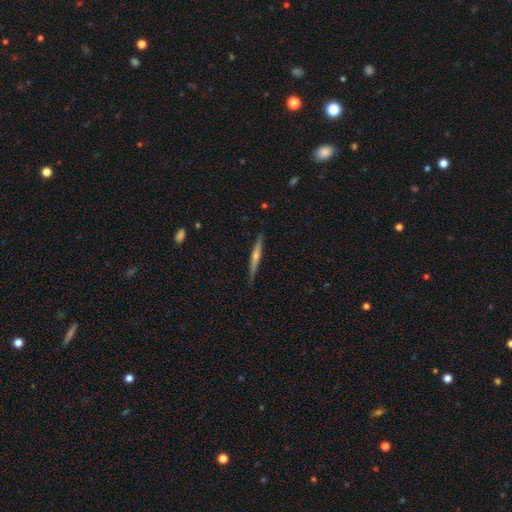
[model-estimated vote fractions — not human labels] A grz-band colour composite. It shows a featured or disk galaxy (67%) viewed edge-on (98%) with a rounded central bulge (79%). Merging: none (88%).